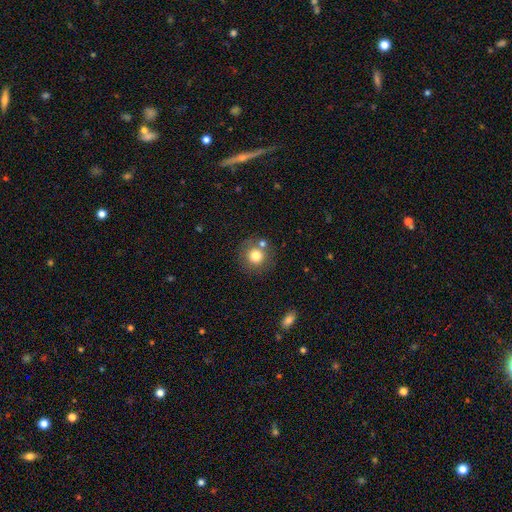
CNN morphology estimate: Smooth or featured: smooth — 77% (featured or disk — 12%)
How rounded: round — 93% (in between — 7%)
Merging: none — 72% (merger — 13%)